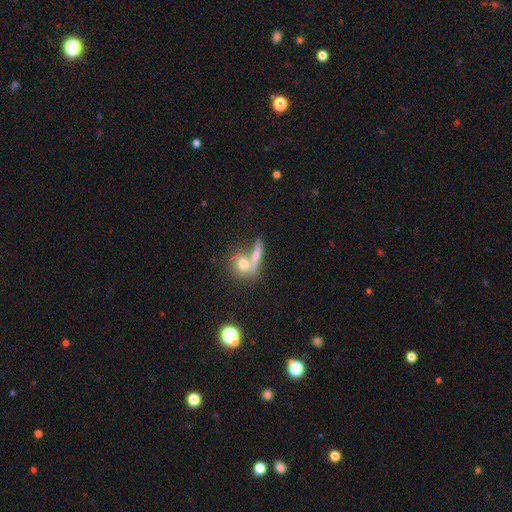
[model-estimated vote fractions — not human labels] The model was most divided on "how rounded": cigar-shaped: 36%, round: 33%, in between: 31%. Remaining: smooth or featured — smooth (66%); merging — none (45%).